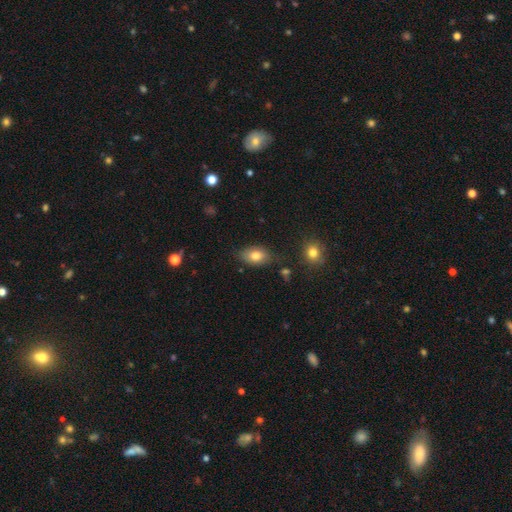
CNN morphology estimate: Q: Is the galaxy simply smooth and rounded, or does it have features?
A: smooth — 80%.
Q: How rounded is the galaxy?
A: in between — 87%.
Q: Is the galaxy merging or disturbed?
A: none — 77%.